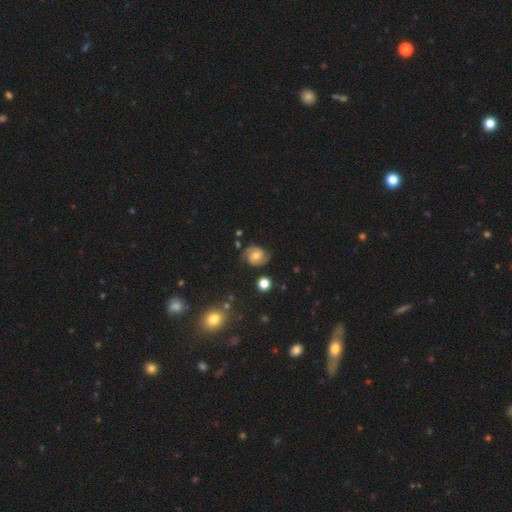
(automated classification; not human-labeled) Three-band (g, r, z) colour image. It shows a featured or disk galaxy (70%) with no bar (51%), 2 (85%) medium (45%) spiral arms (94%) and a moderate central bulge (59%). Merging: none (76%).